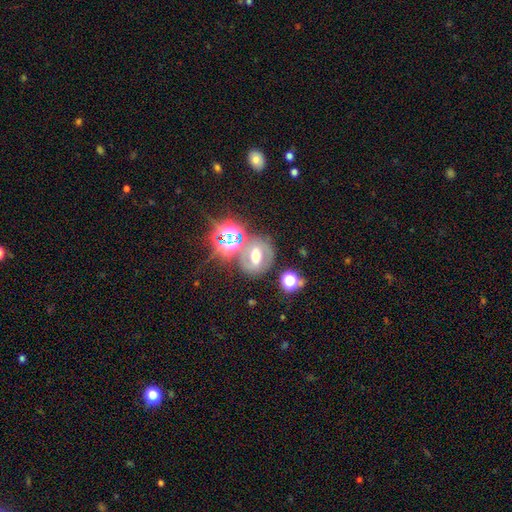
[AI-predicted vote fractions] featured or disk 39%, smooth 32%, star or artifact 30%. Down the decision tree: merging — none (64%).